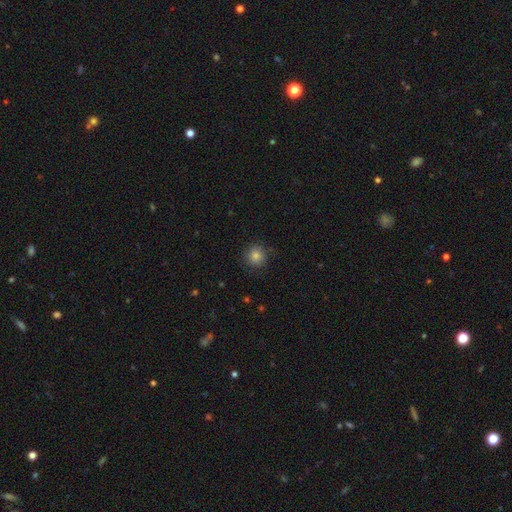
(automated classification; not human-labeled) Morphology: type=smooth (80%); roundness=round (92%); merging=none (87%).